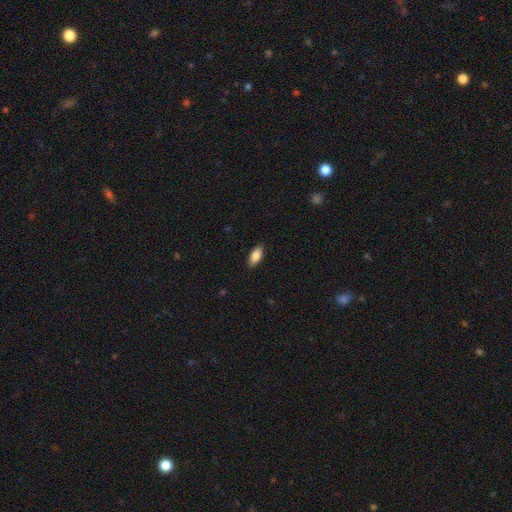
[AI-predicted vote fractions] A smooth galaxy with no disk features (82%) that is in between round and cigar-shaped (86%).

Vote fractions:
- Smooth or featured? smooth: 82% / featured or disk: 11% / star or artifact: 6%
- How rounded? in between: 86% / cigar-shaped: 11% / round: 2%
- Merging? none: 88% / minor disturbance: 9% / major disturbance: 2% / merger: 1%